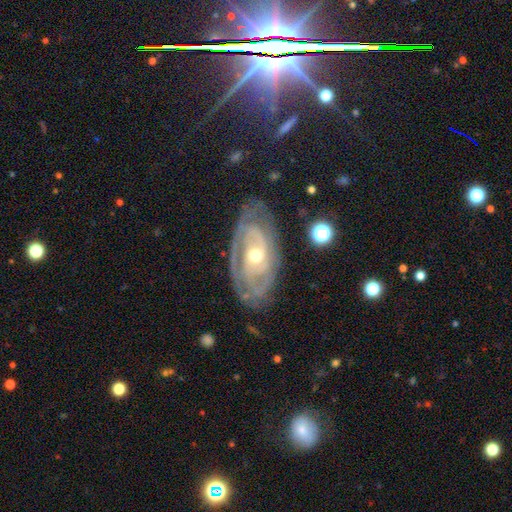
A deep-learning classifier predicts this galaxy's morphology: This is clearly a featured or disk galaxy (85%). It is clearly not viewed edge-on (93%). Bar: likely no (63%). Spiral arm pattern: clearly yes (90%). Spiral arm count: marginally 2 (40%). Spiral winding: likely tight (65%). Central bulge: possibly moderate (58%). Merging: likely none (74%).